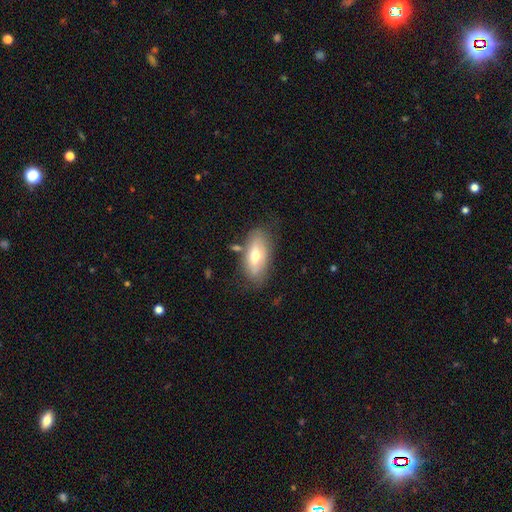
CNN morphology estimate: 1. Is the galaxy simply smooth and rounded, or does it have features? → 62% smooth, 31% featured or disk, 7% star or artifact.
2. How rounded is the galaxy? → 87% in between, 9% cigar-shaped, 4% round.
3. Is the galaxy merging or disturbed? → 73% none, 17% minor disturbance, 5% merger, 5% major disturbance.